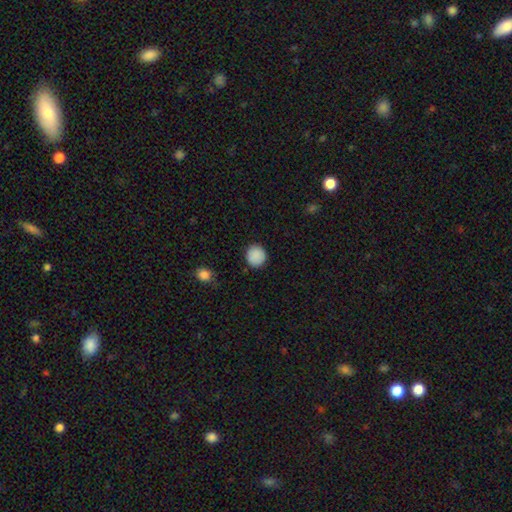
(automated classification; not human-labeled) This is clearly a smooth galaxy (89%). How rounded: clearly round (91%). Merging: clearly none (88%).